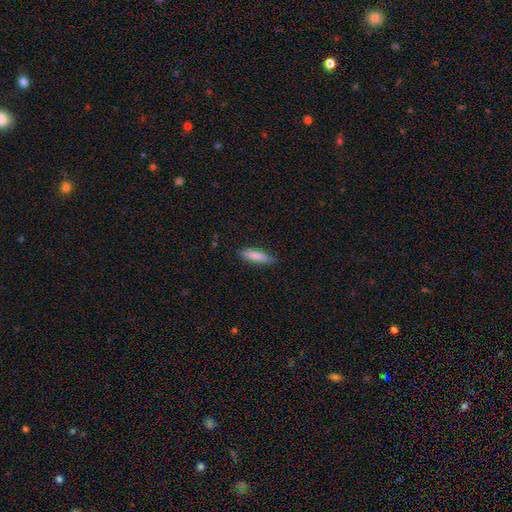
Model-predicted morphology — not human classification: Smooth or featured: smooth — 84% (featured or disk — 10%)
How rounded: cigar-shaped — 66% (in between — 33%)
Merging: none — 74% (minor disturbance — 22%)